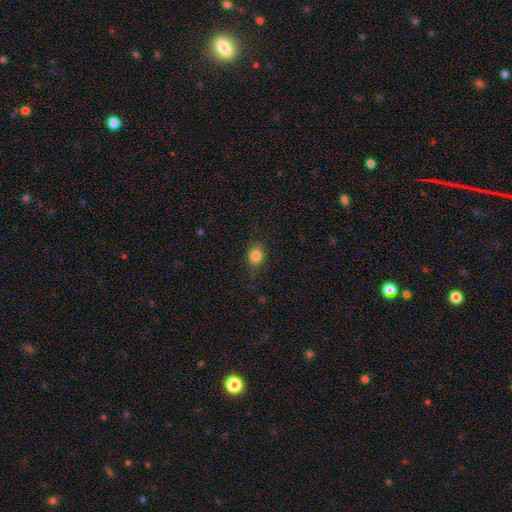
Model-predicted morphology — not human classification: Smooth or featured?
  - smooth: 80% *
  - star or artifact: 12%
  - featured or disk: 9%
How rounded?
  - round: 63% *
  - in between: 35%
  - cigar-shaped: 2%
Merging?
  - none: 71% *
  - minor disturbance: 21%
  - major disturbance: 6%
  - merger: 1%